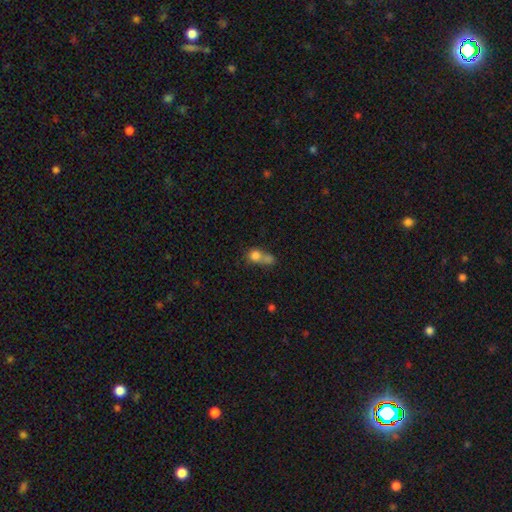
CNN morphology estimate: Q: Smooth or featured?
A: smooth (73%); runner-up: featured or disk (14%)
Q: How rounded?
A: round (73%); runner-up: in between (25%)
Q: Merging?
A: merger (60%); runner-up: none (27%)